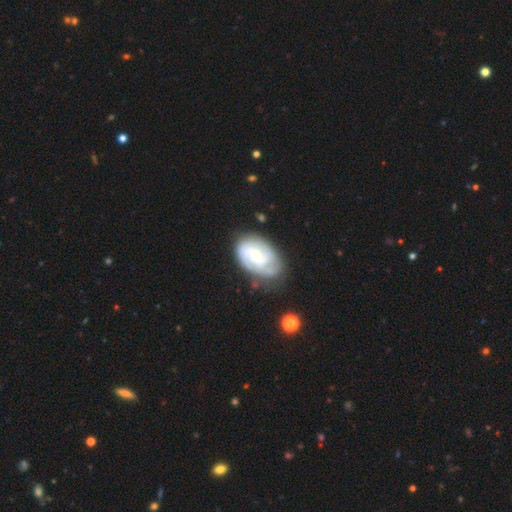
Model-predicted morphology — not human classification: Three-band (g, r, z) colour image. It shows a featured or disk galaxy (73%) with no bar (67%), tight (57%) spiral arms (86%) and a small central bulge (54%). Merging: none (58%).